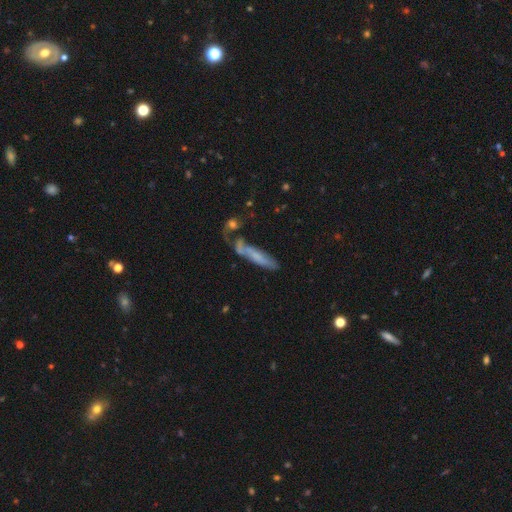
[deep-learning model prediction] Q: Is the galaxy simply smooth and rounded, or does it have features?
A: smooth — 53%.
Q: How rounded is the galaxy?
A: cigar-shaped — 78%.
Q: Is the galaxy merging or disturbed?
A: none — 36%.